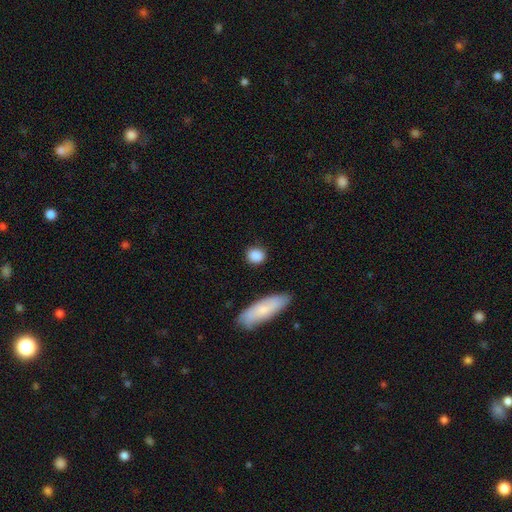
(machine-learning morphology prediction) Smooth or featured? Predicted: smooth (p=0.88). How rounded? Predicted: round (p=0.72). Merging? Predicted: none (p=0.84).